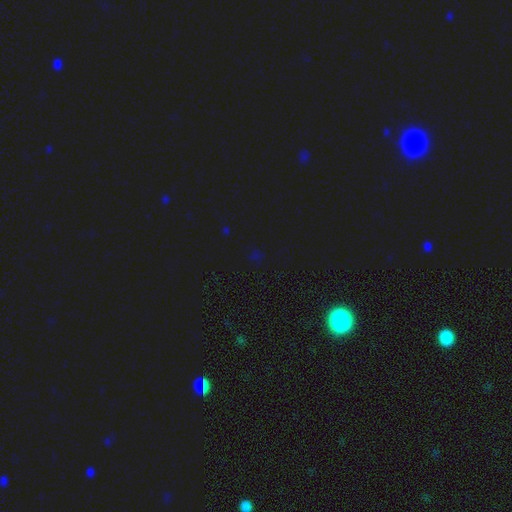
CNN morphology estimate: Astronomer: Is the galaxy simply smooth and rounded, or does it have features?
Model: star or artifact — 74%.